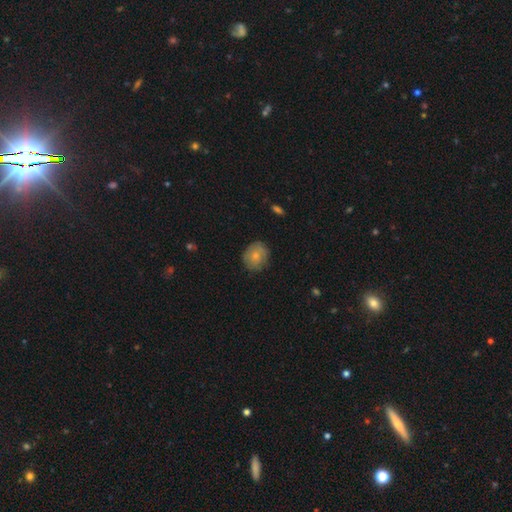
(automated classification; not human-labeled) Smooth or featured? Predicted: smooth (p=0.69). How rounded? Predicted: round (p=0.75). Merging? Predicted: none (p=0.77).